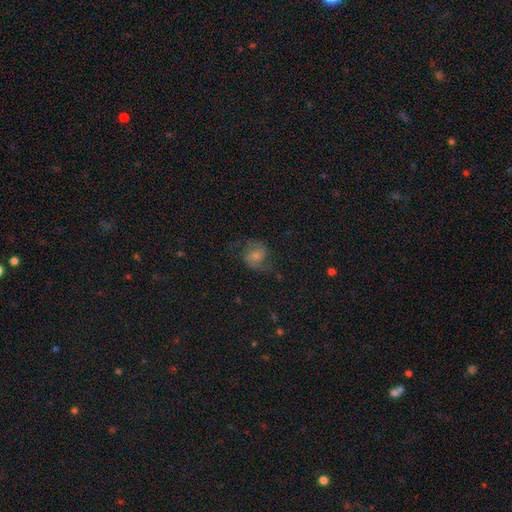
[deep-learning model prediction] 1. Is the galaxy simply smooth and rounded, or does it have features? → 61% featured or disk, 29% smooth, 10% star or artifact.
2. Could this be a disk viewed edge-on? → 97% no, 3% yes.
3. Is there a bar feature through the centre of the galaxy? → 60% no, 33% weak, 7% strong.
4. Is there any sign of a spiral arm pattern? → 90% yes, 10% no.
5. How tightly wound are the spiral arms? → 46% medium, 41% loose, 13% tight.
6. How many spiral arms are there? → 89% 2, 5% can't tell, 3% 1, 1% 3, 1% 4, 1% more than 4.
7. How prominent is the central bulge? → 43% small, 42% moderate, 7% none, 6% large, 2% dominant.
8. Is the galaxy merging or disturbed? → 64% none, 20% minor disturbance, 15% major disturbance, 1% merger.